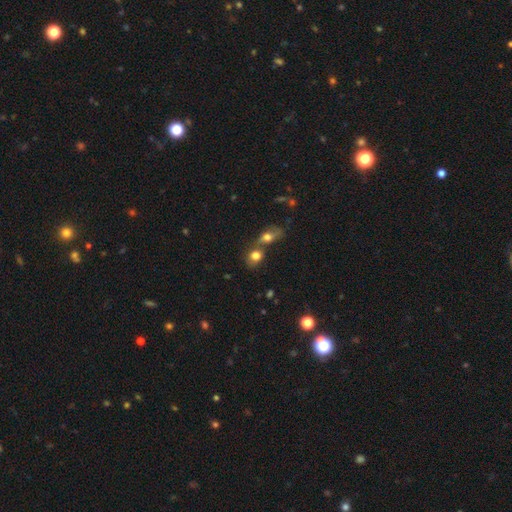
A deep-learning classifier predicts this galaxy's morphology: A smooth galaxy with no disk features (78%) that is round (54%). Merging: merger (55%).